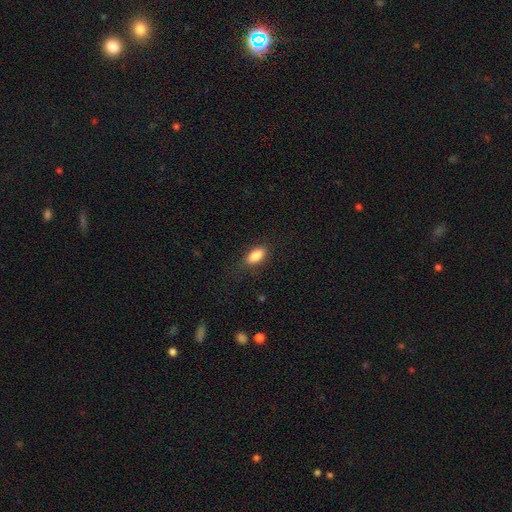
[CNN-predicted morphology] smooth_or_featured: smooth (p=0.87) [alt: star or artifact p=0.08]
how_rounded: in between (p=0.88) [alt: cigar-shaped p=0.08]
merging: none (p=0.82) [alt: minor disturbance p=0.13]